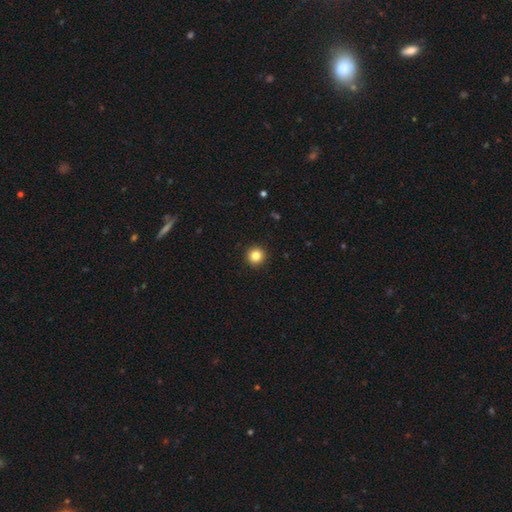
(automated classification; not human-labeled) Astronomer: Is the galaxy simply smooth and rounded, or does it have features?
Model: smooth — 83%.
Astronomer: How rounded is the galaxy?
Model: round — 95%.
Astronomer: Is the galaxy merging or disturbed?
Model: none — 94%.